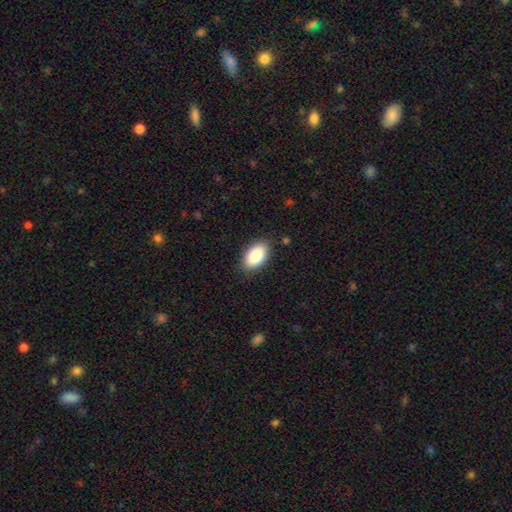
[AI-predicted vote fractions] smooth 86%, featured or disk 7%, star or artifact 7%. Down the decision tree: how rounded — in between (93%); merging — none (86%).